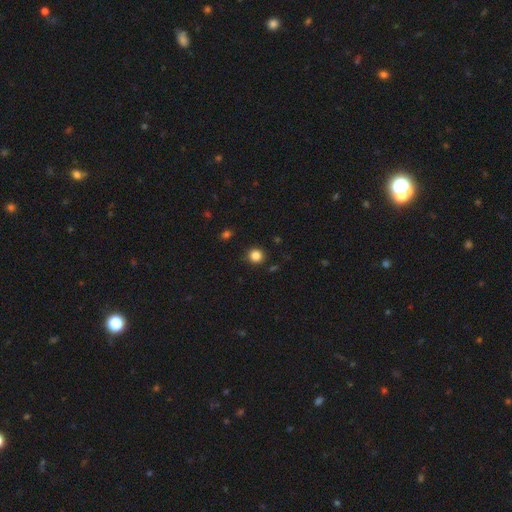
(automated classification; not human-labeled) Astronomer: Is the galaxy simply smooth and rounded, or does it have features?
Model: smooth — 84%.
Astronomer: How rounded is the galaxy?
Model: round — 93%.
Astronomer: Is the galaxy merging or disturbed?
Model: none — 90%.